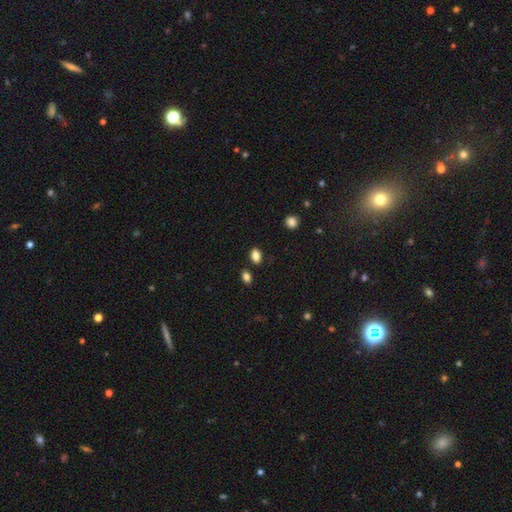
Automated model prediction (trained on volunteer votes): Smooth or featured? Predicted: smooth (p=0.84). How rounded? Predicted: in between (p=0.84). Merging? Predicted: none (p=0.83).